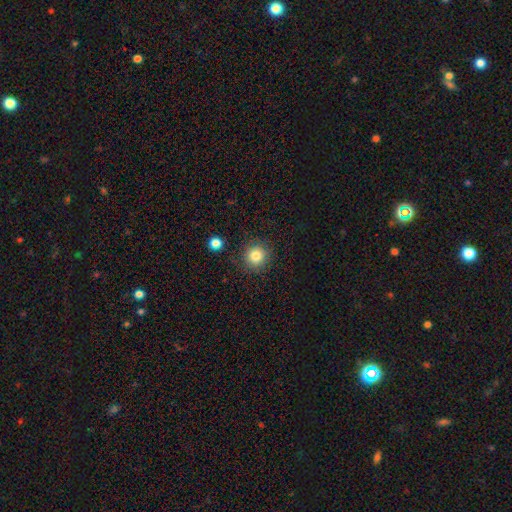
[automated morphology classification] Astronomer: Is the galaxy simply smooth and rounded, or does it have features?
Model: smooth — 82%.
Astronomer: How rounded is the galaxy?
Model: round — 93%.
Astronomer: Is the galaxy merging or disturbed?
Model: none — 87%.